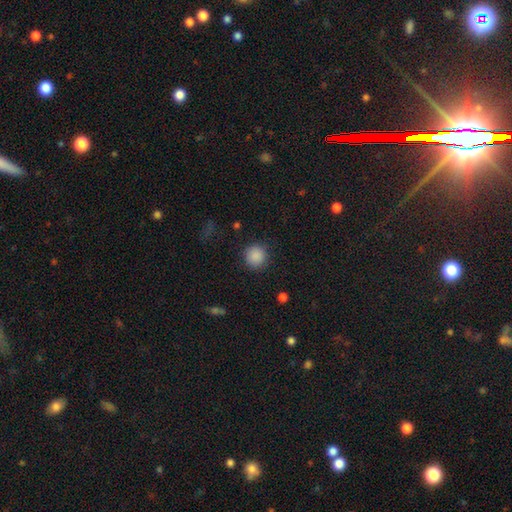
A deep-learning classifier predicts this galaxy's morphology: smooth_or_featured: smooth (p=0.88) [alt: star or artifact p=0.09]
how_rounded: round (p=0.94) [alt: in between p=0.05]
merging: none (p=0.88) [alt: minor disturbance p=0.08]